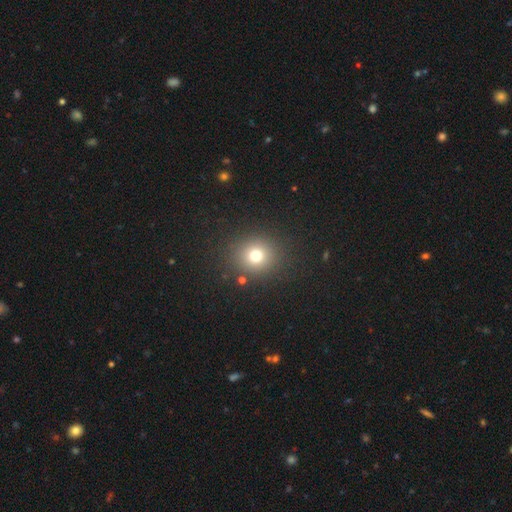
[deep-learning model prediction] smooth-or-featured: smooth: 74% | star or artifact: 17% | featured or disk: 9%
  how-rounded: round: 85% | in between: 14% | cigar-shaped: 1%
  merging: none: 87% | minor disturbance: 7% | major disturbance: 4% | merger: 2%